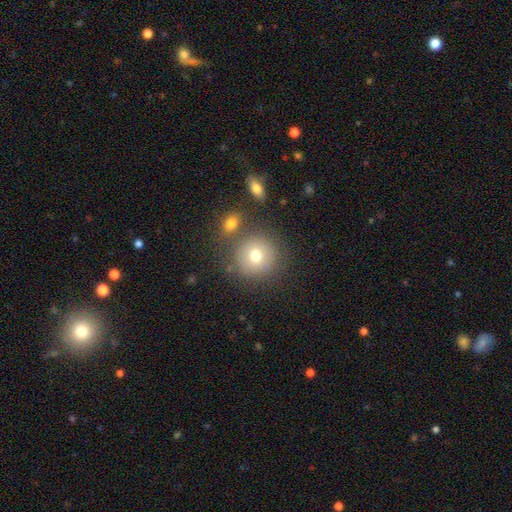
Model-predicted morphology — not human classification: type=smooth (73%); roundness=round (92%); merging=none (76%).